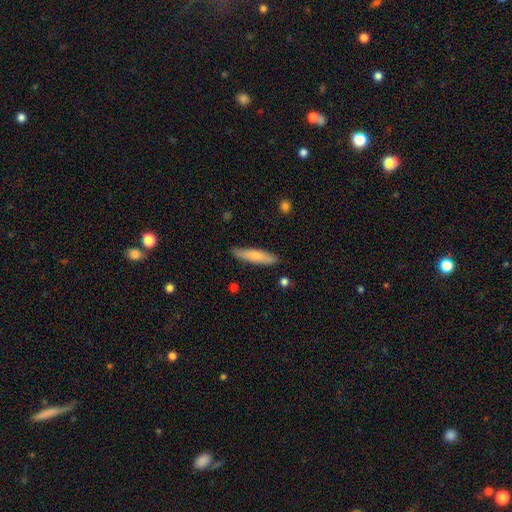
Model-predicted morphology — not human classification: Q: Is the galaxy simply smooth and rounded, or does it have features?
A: smooth — 70%.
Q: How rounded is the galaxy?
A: cigar-shaped — 77%.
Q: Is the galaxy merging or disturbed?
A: none — 85%.